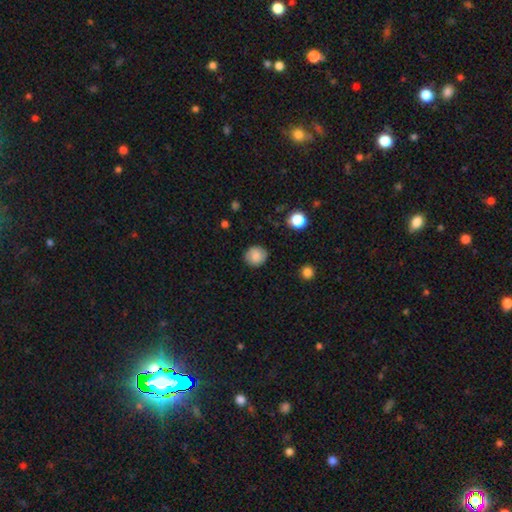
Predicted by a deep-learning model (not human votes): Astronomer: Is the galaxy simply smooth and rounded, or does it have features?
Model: smooth — 79%.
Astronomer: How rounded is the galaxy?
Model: round — 86%.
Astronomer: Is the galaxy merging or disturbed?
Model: none — 85%.